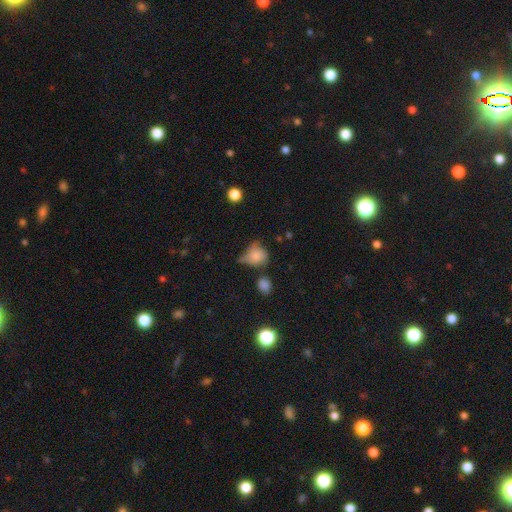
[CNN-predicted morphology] type=smooth (68%); roundness=round (62%); merging=none (34%).